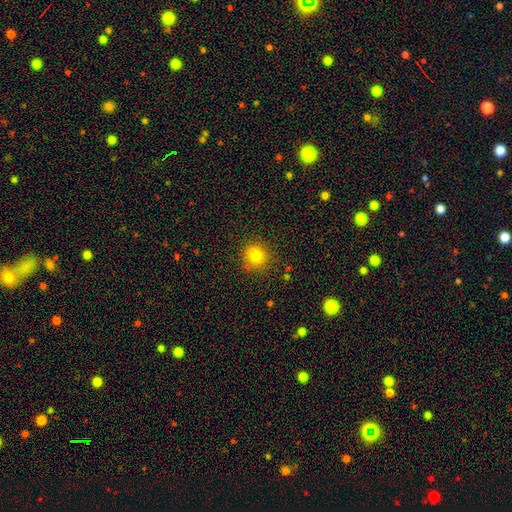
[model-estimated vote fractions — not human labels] Q: Smooth or featured?
A: smooth (73%); runner-up: star or artifact (15%)
Q: How rounded?
A: round (81%); runner-up: in between (18%)
Q: Merging?
A: none (72%); runner-up: merger (13%)